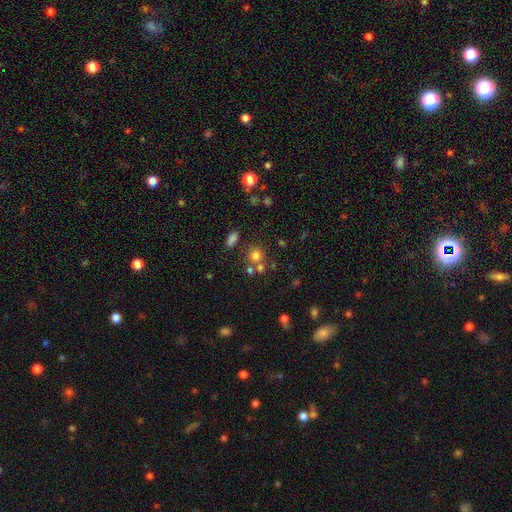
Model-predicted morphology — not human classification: Smooth or featured? smooth (71%)
How rounded? round (87%)
Merging? none (63%)